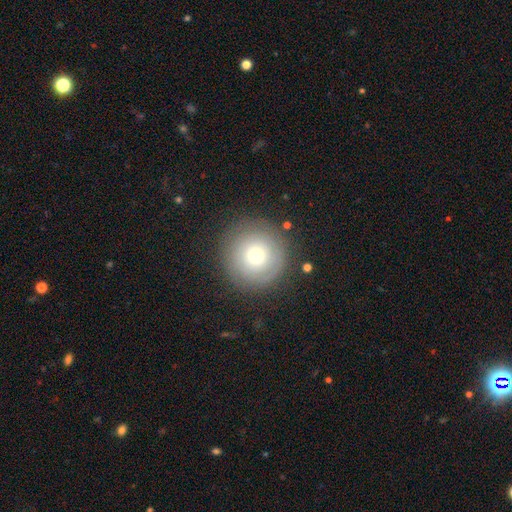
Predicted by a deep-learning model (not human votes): This appears to be a smooth galaxy with no disk features (59%) that is round (96%). Merging: none (84%).